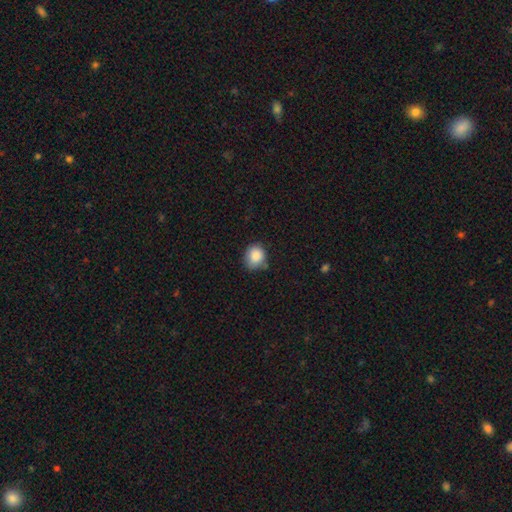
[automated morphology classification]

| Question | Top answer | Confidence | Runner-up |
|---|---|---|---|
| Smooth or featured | smooth | 87% | star or artifact (9%) |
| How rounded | round | 71% | in between (28%) |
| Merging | none | 67% | minor disturbance (25%) |